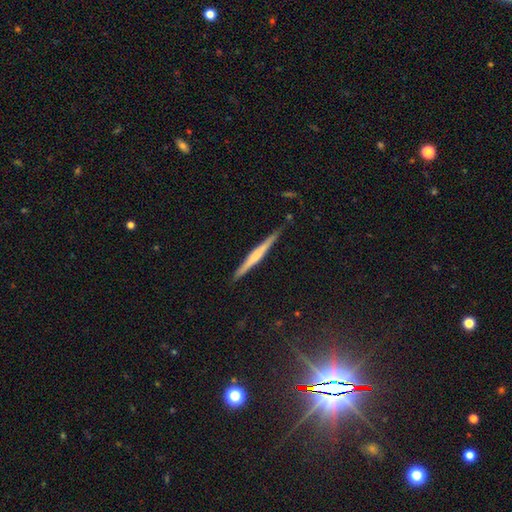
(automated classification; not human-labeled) featured or disk 62%, smooth 31%, star or artifact 7%. Down the decision tree: edge-on disk — yes (98%); edge-on bulge — rounded (52%); merging — none (88%).